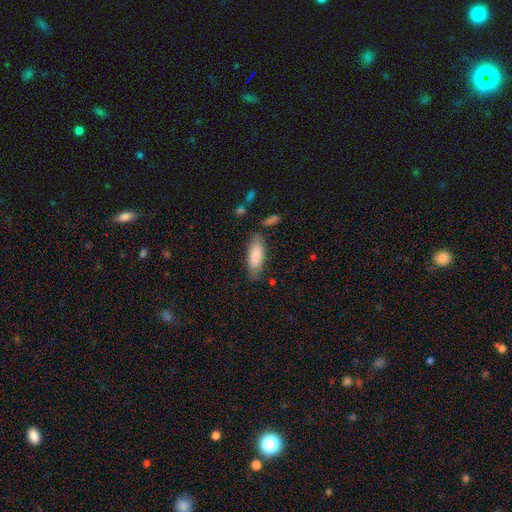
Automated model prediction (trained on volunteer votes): Morphology: type=smooth (83%); roundness=in between (69%); merging=none (76%).